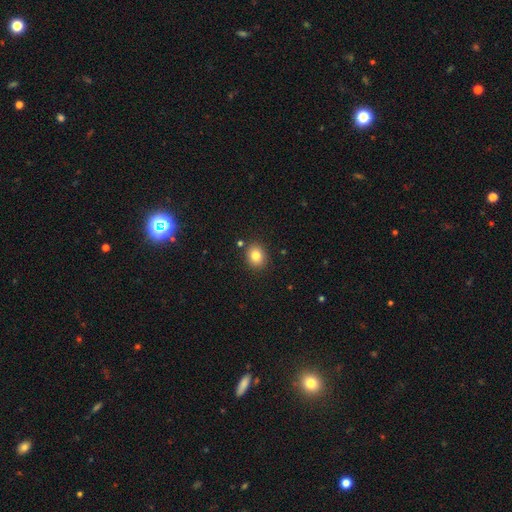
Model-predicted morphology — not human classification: smooth 82%, star or artifact 10%, featured or disk 8%. Down the decision tree: how rounded — round (59%); merging — none (87%).